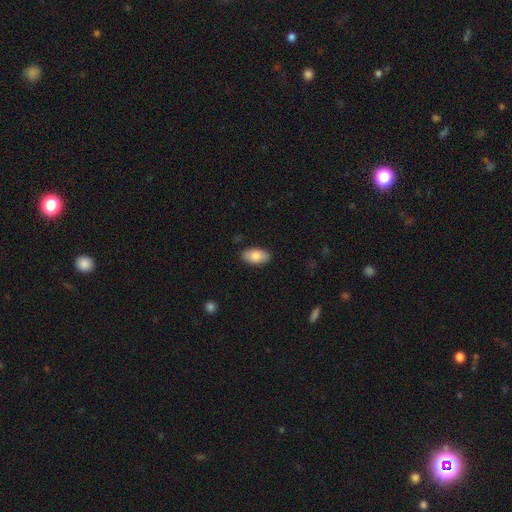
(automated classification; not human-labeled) Smooth or featured? smooth (82%)
How rounded? in between (95%)
Merging? none (89%)